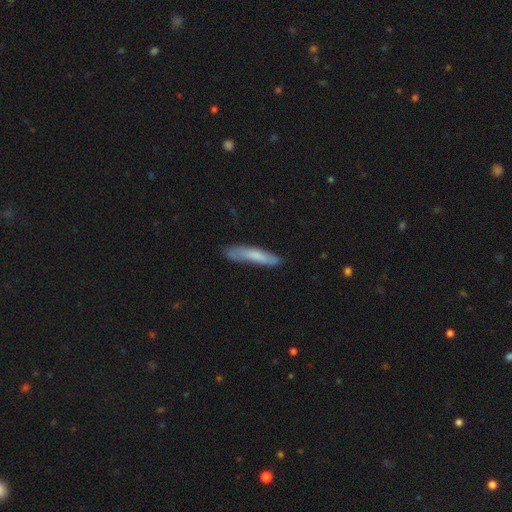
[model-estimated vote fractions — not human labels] This appears to be a smooth galaxy with no disk features (71%) that is cigar-shaped (85%). Merging: none (72%).